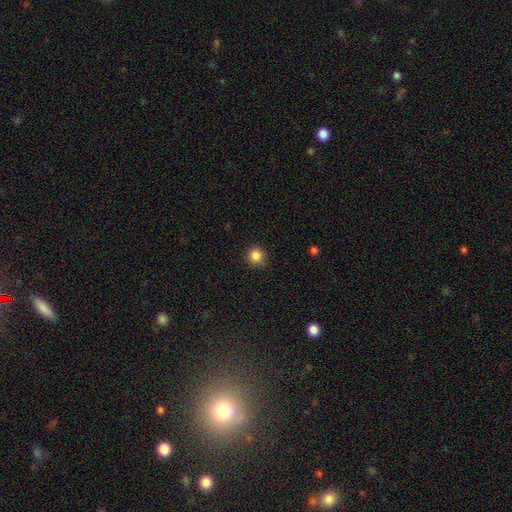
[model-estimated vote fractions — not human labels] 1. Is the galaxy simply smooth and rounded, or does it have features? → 85% smooth, 11% star or artifact, 4% featured or disk.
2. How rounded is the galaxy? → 94% round, 5% in between, 1% cigar-shaped.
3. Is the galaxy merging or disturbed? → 87% none, 10% minor disturbance, 2% major disturbance, 1% merger.